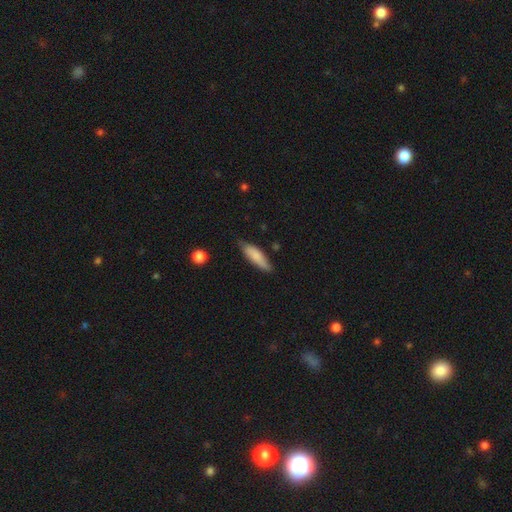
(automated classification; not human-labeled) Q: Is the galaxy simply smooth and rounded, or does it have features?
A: smooth — 79%.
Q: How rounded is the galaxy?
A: cigar-shaped — 57%.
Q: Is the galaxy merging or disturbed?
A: none — 72%.